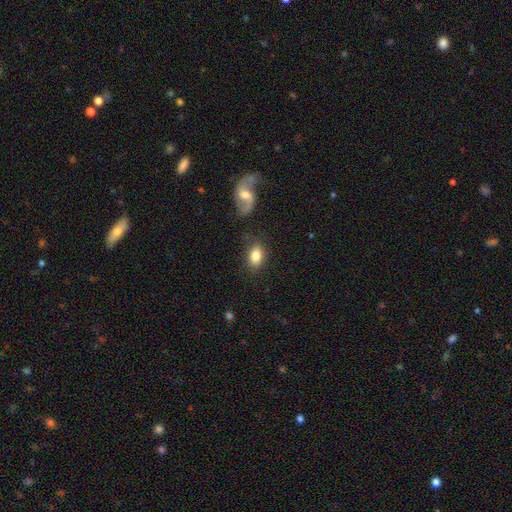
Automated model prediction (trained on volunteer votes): This is clearly a smooth galaxy (81%). How rounded: clearly in between (85%). Merging: likely none (73%).